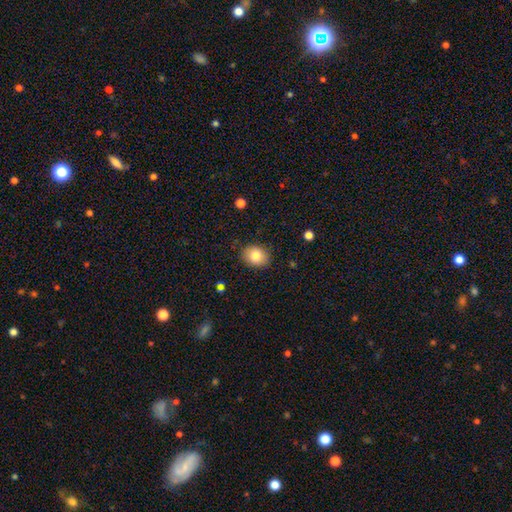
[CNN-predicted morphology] Smooth or featured? smooth (82%)
How rounded? in between (50%)
Merging? none (87%)